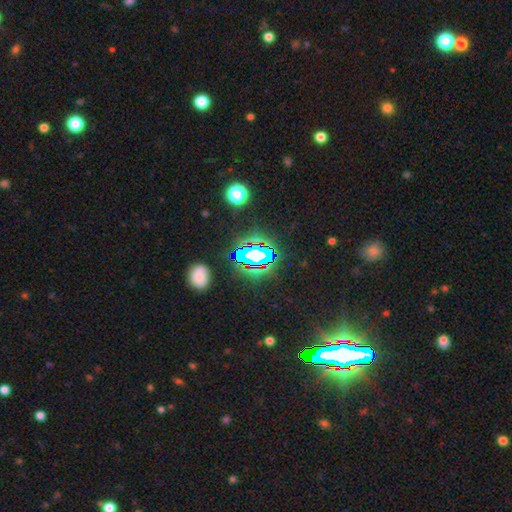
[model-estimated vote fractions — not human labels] star or artifact 68%, smooth 19%, featured or disk 13%.